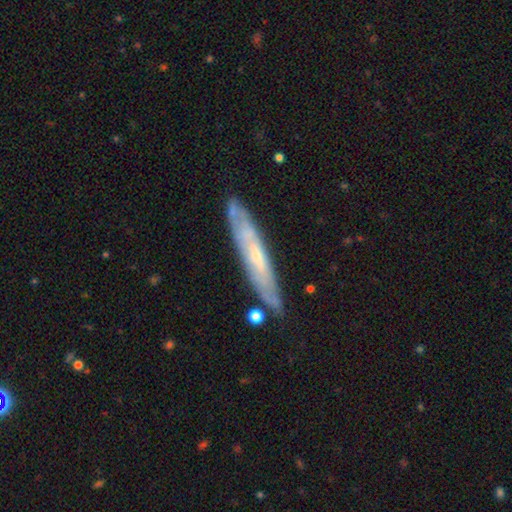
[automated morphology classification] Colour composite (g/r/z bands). It shows a featured or disk galaxy (63%) viewed edge-on (63%). Merging: none (80%).